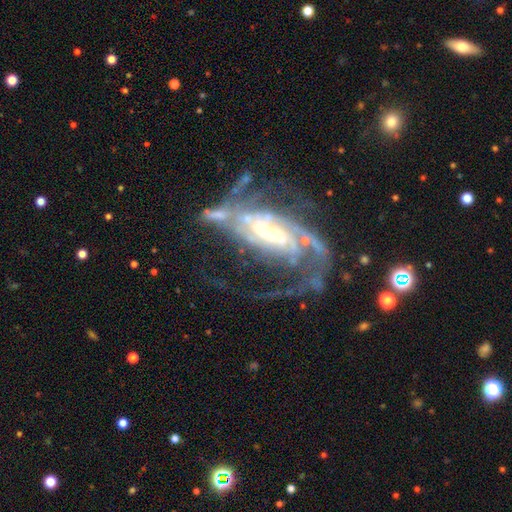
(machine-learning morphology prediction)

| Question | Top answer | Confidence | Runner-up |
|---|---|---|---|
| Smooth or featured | featured or disk | 87% | star or artifact (7%) |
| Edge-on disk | no | 92% | yes (8%) |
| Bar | strong | 48% | weak (33%) |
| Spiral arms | yes | 94% | no (6%) |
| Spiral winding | medium | 45% | tight (33%) |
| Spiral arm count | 2 | 49% | can't tell (20%) |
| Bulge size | moderate | 40% | small (34%) |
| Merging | none | 47% | major disturbance (30%) |